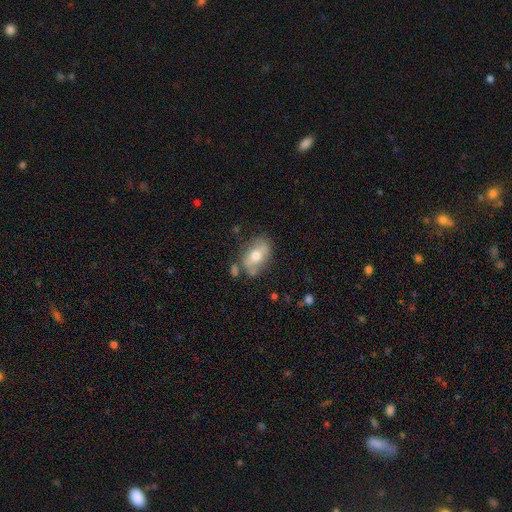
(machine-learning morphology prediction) This is possibly a smooth galaxy (51%). How rounded: clearly in between (84%). Merging: likely none (68%).